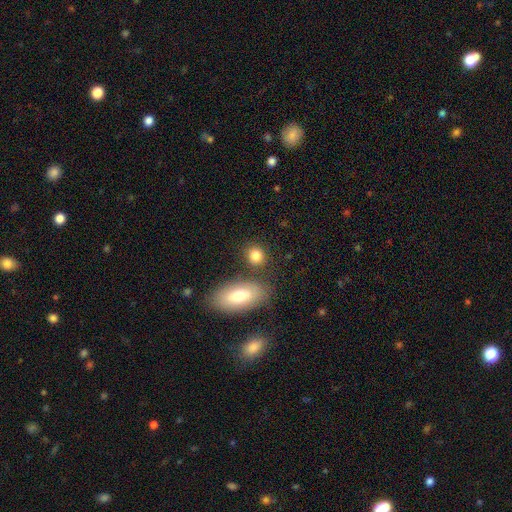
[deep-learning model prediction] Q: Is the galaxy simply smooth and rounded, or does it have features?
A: smooth — 83%.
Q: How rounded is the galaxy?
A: round — 64%.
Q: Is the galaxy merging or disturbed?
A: none — 76%.